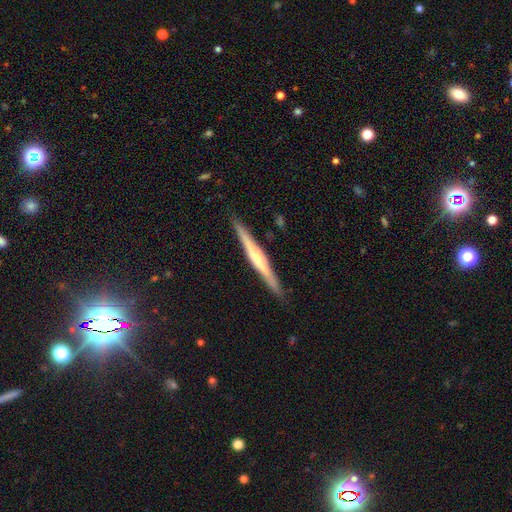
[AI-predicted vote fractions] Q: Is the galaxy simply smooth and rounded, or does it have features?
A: featured or disk — 72%.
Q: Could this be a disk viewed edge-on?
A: yes — 98%.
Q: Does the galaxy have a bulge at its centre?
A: rounded — 78%.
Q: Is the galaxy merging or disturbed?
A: none — 90%.